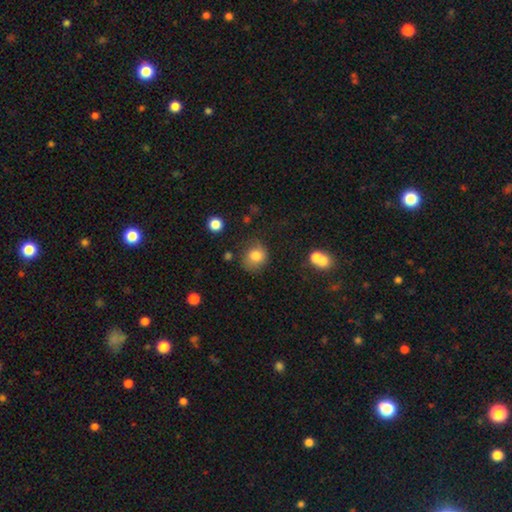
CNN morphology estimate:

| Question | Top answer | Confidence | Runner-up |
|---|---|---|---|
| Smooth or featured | smooth | 81% | star or artifact (10%) |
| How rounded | round | 72% | in between (27%) |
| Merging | none | 66% | minor disturbance (22%) |